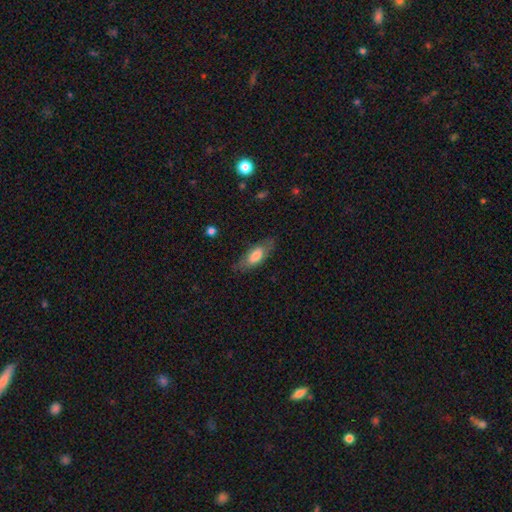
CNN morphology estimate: type=smooth (67%); roundness=in between (74%); merging=none (74%).